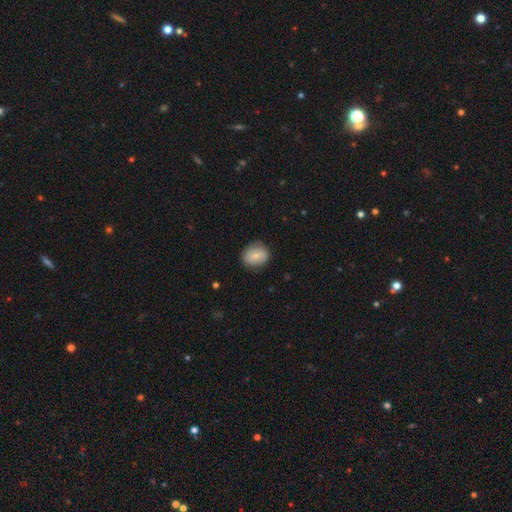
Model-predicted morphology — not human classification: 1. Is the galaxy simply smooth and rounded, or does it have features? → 66% smooth, 27% featured or disk, 7% star or artifact.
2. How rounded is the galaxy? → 62% round, 37% in between, 1% cigar-shaped.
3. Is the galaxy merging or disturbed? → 79% none, 16% minor disturbance, 4% major disturbance, 1% merger.